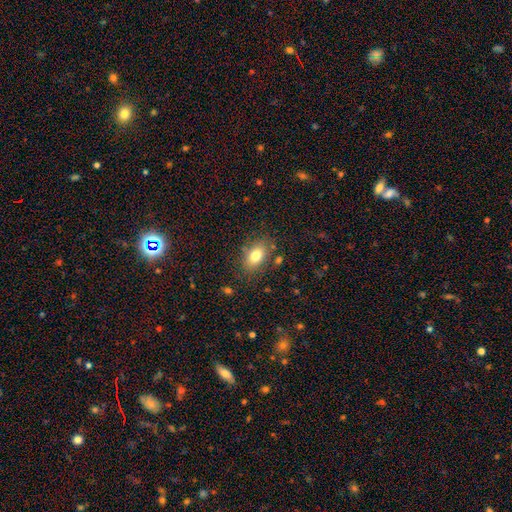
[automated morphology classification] Smooth or featured? Predicted: smooth (p=0.79). How rounded? Predicted: in between (p=0.85). Merging? Predicted: none (p=0.80).